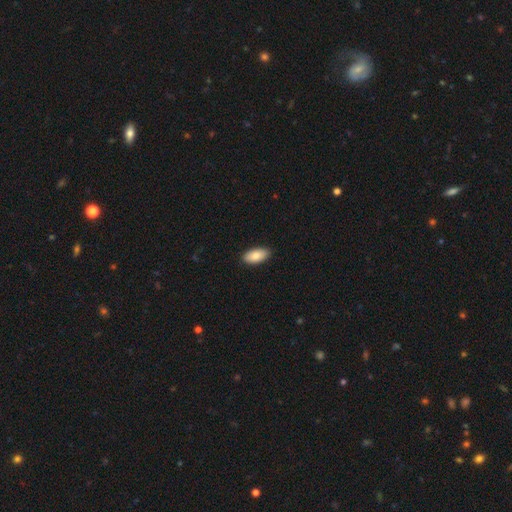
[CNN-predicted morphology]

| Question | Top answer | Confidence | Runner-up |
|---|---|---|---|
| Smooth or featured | smooth | 86% | featured or disk (8%) |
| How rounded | in between | 93% | cigar-shaped (5%) |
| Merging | none | 88% | minor disturbance (9%) |